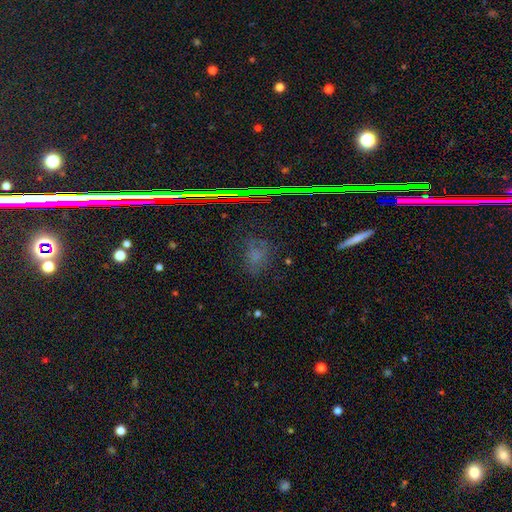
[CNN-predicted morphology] Overall: smooth (51%; star or artifact 33%). How rounded: in between (53%; round 43%). Merging: none (67%).